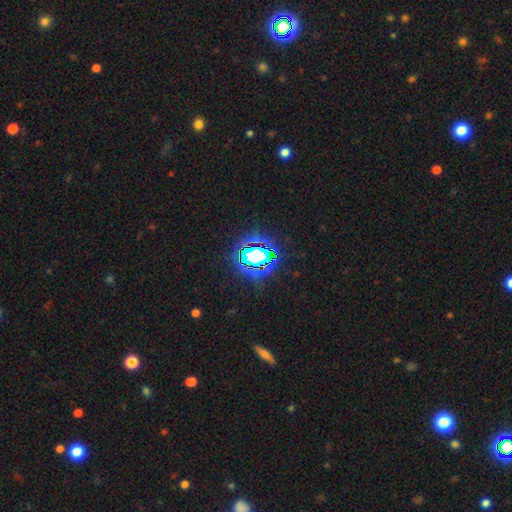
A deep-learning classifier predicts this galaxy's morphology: A star or artifact, not a galaxy (69%).